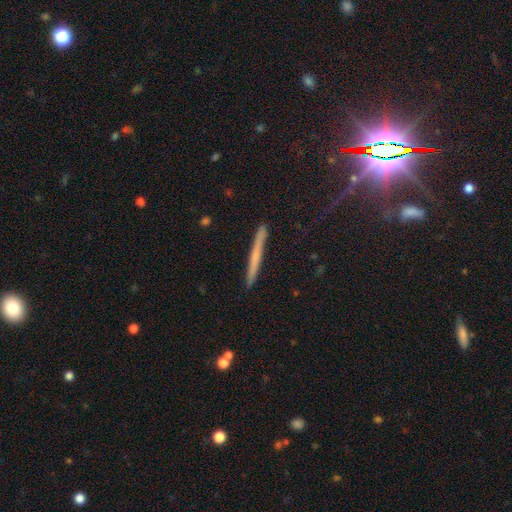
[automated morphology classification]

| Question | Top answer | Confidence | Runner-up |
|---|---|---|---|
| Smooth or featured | smooth | 51% | featured or disk (40%) |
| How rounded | cigar-shaped | 97% | in between (2%) |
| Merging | none | 91% | minor disturbance (7%) |